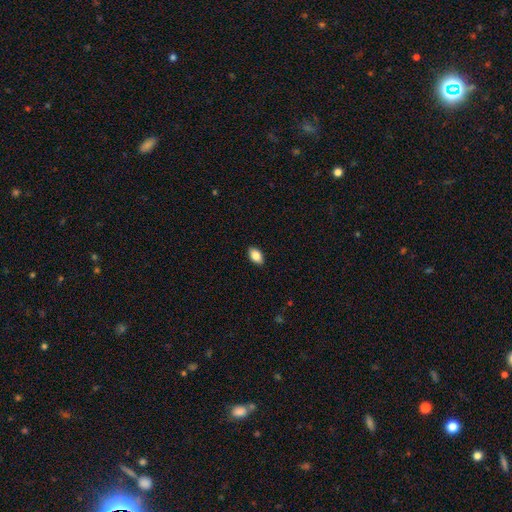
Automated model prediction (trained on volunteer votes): A smooth galaxy with no disk features (85%) that is in between round and cigar-shaped (92%). Merging: none (89%).